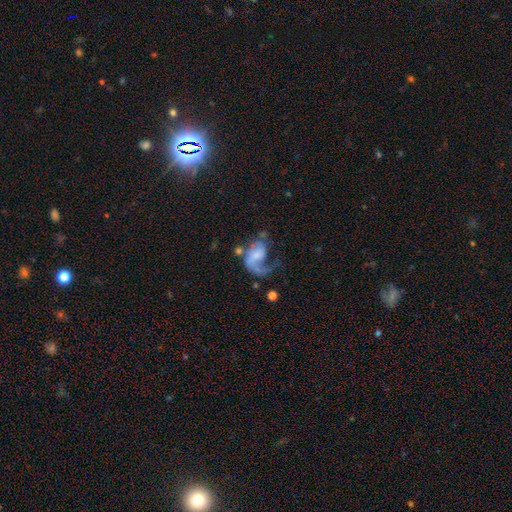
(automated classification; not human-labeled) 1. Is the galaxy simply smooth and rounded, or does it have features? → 71% featured or disk, 22% smooth, 7% star or artifact.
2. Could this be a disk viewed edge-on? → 98% no, 2% yes.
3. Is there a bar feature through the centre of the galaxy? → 59% no, 33% weak, 8% strong.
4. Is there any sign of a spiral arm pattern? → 87% yes, 13% no.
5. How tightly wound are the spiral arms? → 54% loose, 33% medium, 12% tight.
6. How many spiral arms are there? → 73% 1, 20% 2, 4% can't tell, 1% 3, 1% 4, 1% more than 4.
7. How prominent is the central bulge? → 35% small, 31% none, 23% moderate, 8% large, 3% dominant.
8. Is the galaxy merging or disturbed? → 49% major disturbance, 27% none, 16% minor disturbance, 8% merger.